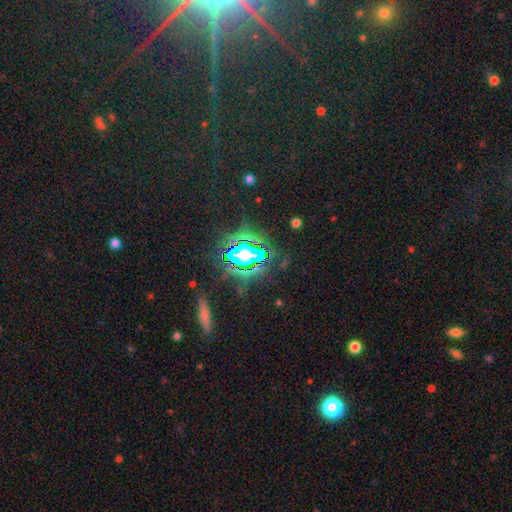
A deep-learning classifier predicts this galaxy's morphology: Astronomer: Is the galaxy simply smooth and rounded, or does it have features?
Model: star or artifact — 76%.